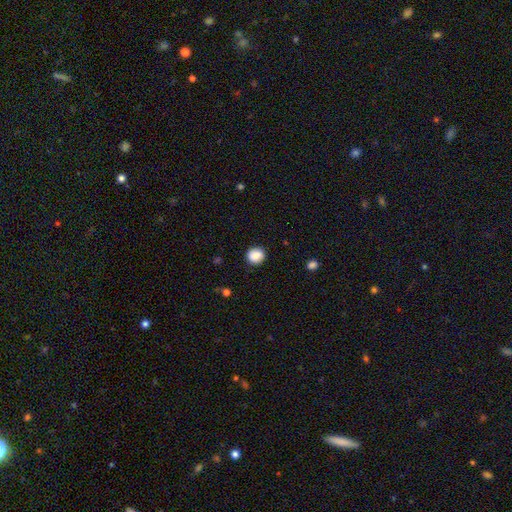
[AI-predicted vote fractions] A smooth galaxy with no disk features (87%) that is round (86%).

Vote fractions:
- Smooth or featured? smooth: 87% / star or artifact: 9% / featured or disk: 4%
- How rounded? round: 86% / in between: 13% / cigar-shaped: 1%
- Merging? none: 87% / minor disturbance: 9% / major disturbance: 3% / merger: 1%